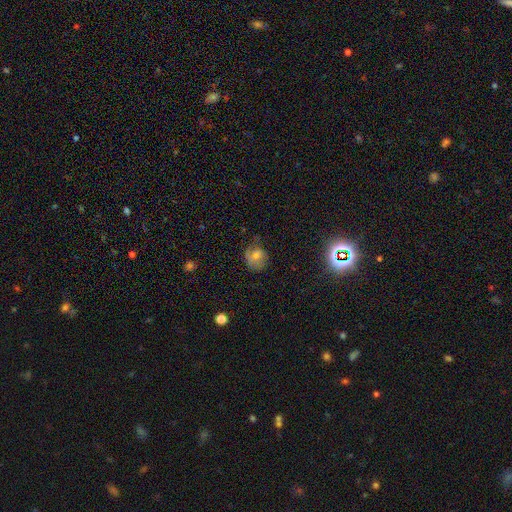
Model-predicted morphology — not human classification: Smooth or featured: smooth — 44% (featured or disk — 38%)
Merging: none — 54% (minor disturbance — 27%)